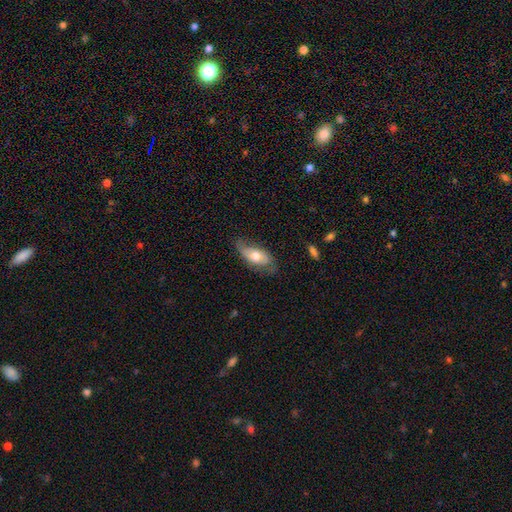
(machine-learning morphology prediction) type=smooth (57%); roundness=in between (85%); merging=none (59%).